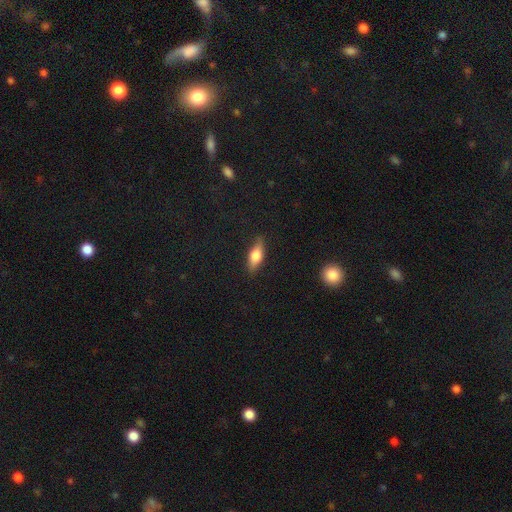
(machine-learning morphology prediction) smooth-or-featured: smooth: 65% | featured or disk: 27% | star or artifact: 7%
  how-rounded: in between: 71% | cigar-shaped: 25% | round: 4%
  merging: none: 83% | minor disturbance: 13% | major disturbance: 3% | merger: 1%